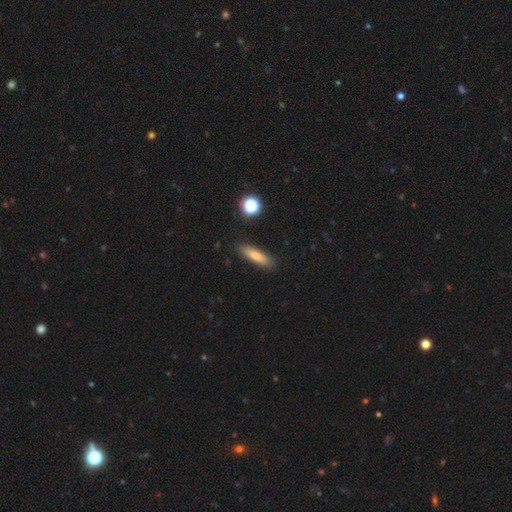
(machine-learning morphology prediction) Smooth or featured?
  - smooth: 76% *
  - featured or disk: 16%
  - star or artifact: 8%
How rounded?
  - cigar-shaped: 65% *
  - in between: 32%
  - round: 3%
Merging?
  - none: 88% *
  - minor disturbance: 9%
  - major disturbance: 2%
  - merger: 2%